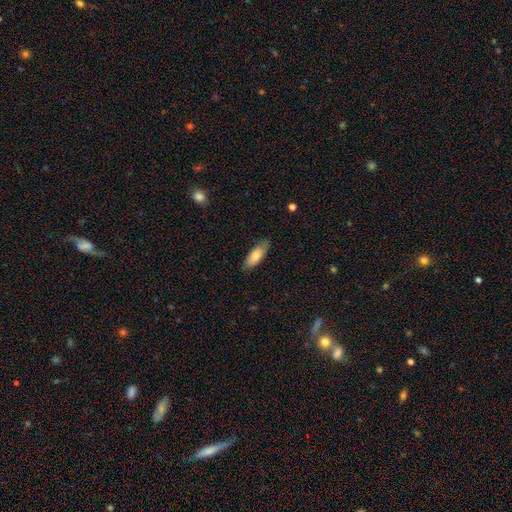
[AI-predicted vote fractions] smooth-or-featured: smooth: 74% | featured or disk: 20% | star or artifact: 6%
  how-rounded: in between: 74% | cigar-shaped: 24% | round: 2%
  merging: none: 80% | minor disturbance: 17% | major disturbance: 3% | merger: 1%